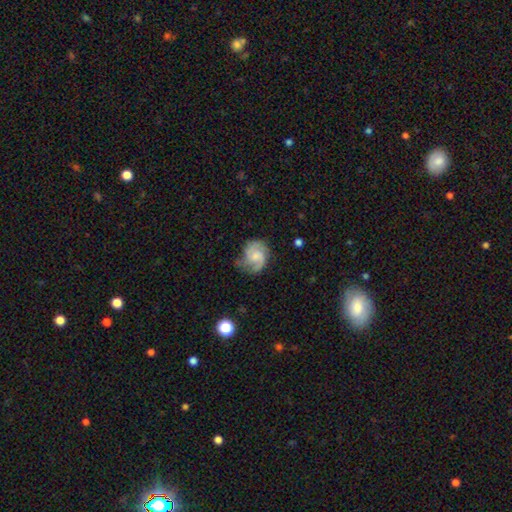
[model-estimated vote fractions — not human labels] Q: Smooth or featured?
A: featured or disk (72%); runner-up: smooth (21%)
Q: Edge-on disk?
A: no (98%); runner-up: yes (2%)
Q: Bar?
A: no (58%); runner-up: weak (37%)
Q: Spiral arms?
A: yes (94%); runner-up: no (6%)
Q: Spiral winding?
A: medium (48%); runner-up: tight (29%)
Q: Spiral arm count?
A: 2 (69%); runner-up: can't tell (11%)
Q: Bulge size?
A: small (44%); runner-up: moderate (35%)
Q: Merging?
A: none (61%); runner-up: minor disturbance (25%)